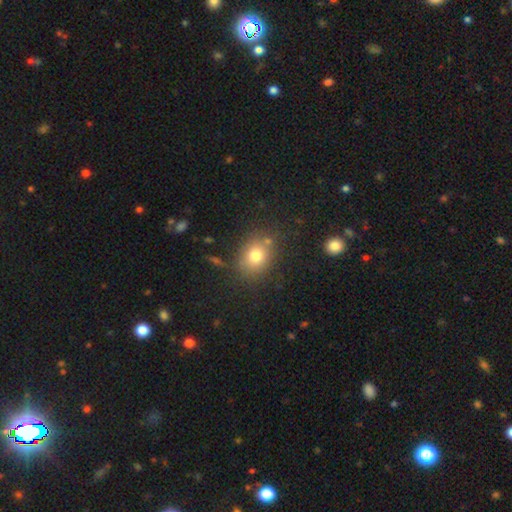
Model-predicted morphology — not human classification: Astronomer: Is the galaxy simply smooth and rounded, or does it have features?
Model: smooth — 77%.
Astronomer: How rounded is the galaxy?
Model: round — 54% (runner-up: in between, 45%).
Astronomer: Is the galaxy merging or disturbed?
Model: none — 76%.